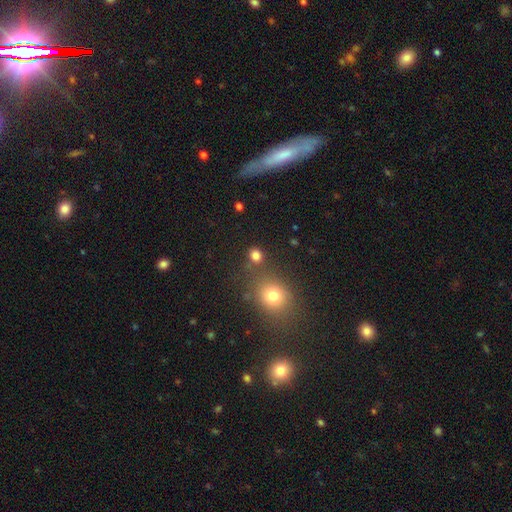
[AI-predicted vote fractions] Overall: smooth (79%). How rounded: round (72%). Merging: none (75%).